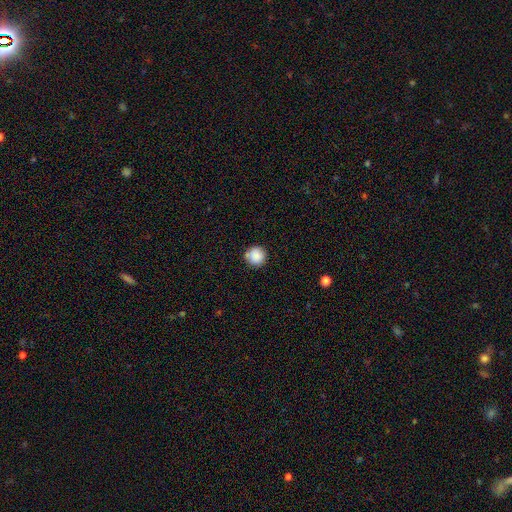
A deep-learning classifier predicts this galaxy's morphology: smooth-or-featured: smooth: 87% | star or artifact: 9% | featured or disk: 4%
  how-rounded: round: 94% | in between: 5% | cigar-shaped: 1%
  merging: none: 80% | minor disturbance: 12% | merger: 5% | major disturbance: 3%